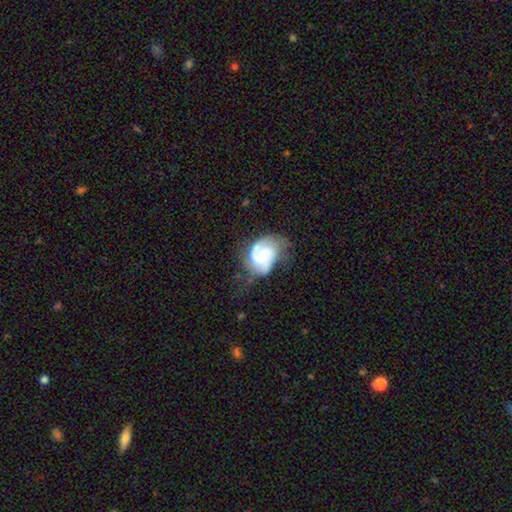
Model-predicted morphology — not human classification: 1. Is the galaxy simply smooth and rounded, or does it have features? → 75% featured or disk, 18% smooth, 6% star or artifact.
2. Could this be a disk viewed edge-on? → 98% no, 2% yes.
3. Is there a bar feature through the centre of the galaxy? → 55% no, 37% weak, 8% strong.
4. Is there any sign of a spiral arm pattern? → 94% yes, 6% no.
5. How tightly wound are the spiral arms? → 45% medium, 37% tight, 18% loose.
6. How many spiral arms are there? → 67% 2, 12% can't tell, 11% 1, 7% 3, 2% 4, 2% more than 4.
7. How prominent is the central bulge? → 41% small, 27% moderate, 23% none, 7% large, 2% dominant.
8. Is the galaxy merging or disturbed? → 45% none, 28% minor disturbance, 24% major disturbance, 3% merger.